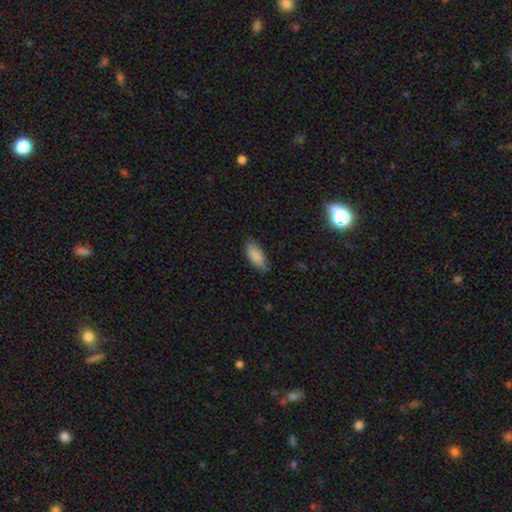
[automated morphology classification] Smooth or featured: smooth — 87% (star or artifact — 7%)
How rounded: in between — 84% (cigar-shaped — 14%)
Merging: none — 76% (minor disturbance — 20%)